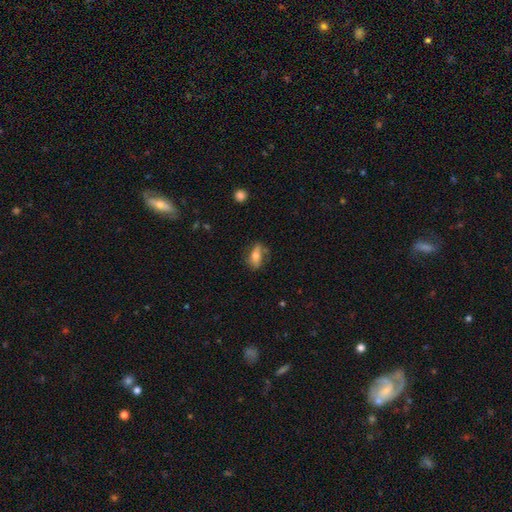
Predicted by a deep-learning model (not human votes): The model was most divided on "smooth or featured": smooth: 51%, featured or disk: 40%, star or artifact: 9%. More confident: how rounded — in between (71%); merging — none (64%).